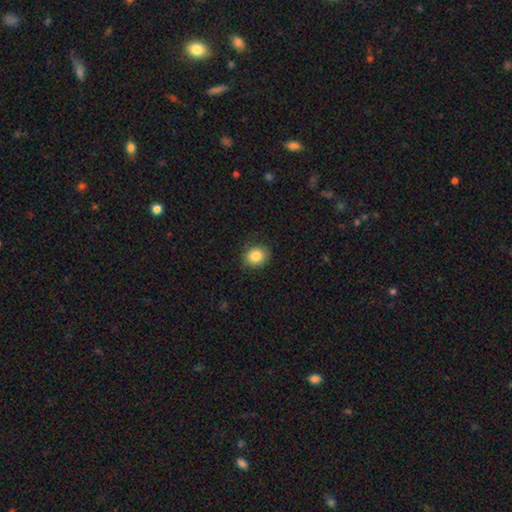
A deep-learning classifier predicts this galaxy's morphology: type=smooth (85%); roundness=round (76%); merging=none (87%).